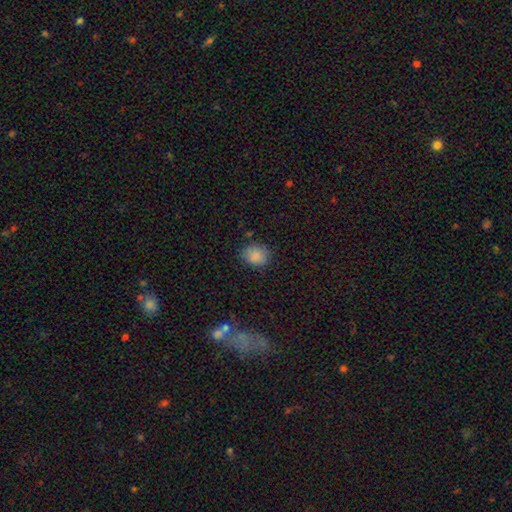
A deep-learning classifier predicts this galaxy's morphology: This appears to be a smooth galaxy with no disk features (86%) that is round (54%). Merging: none (81%).